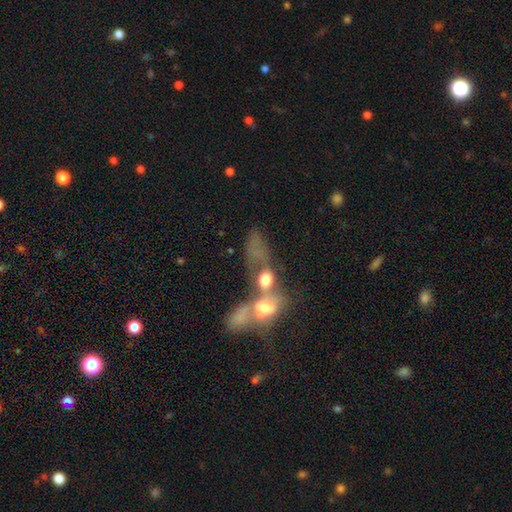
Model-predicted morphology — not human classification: Smooth or featured? smooth (41%)
Merging? merger (66%)